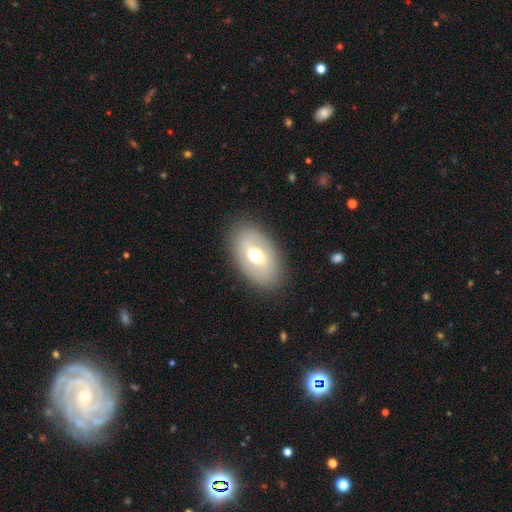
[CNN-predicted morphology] Smooth or featured? Predicted: smooth (p=0.51). How rounded? Predicted: in between (p=0.89). Merging? Predicted: none (p=0.86).